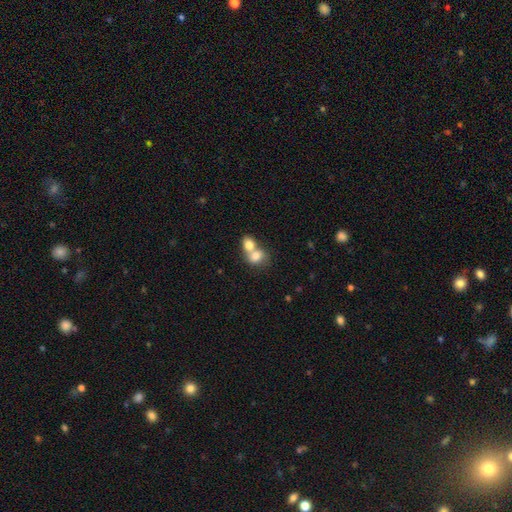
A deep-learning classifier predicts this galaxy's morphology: Q: Smooth or featured?
A: smooth (75%); runner-up: featured or disk (17%)
Q: How rounded?
A: round (54%); runner-up: in between (45%)
Q: Merging?
A: merger (74%); runner-up: none (18%)